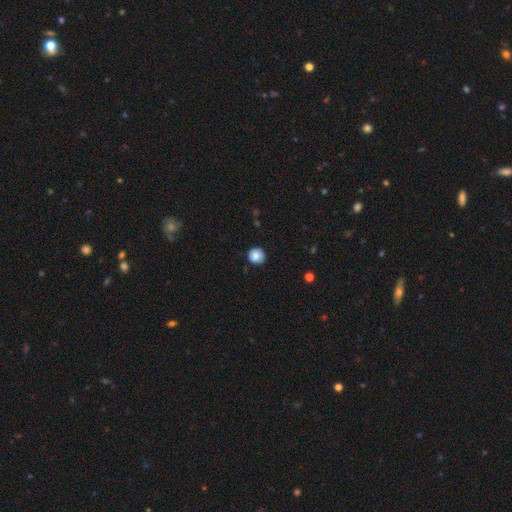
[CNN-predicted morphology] This appears to be a smooth galaxy with no disk features (85%) that is round (93%). Merging: none (86%).